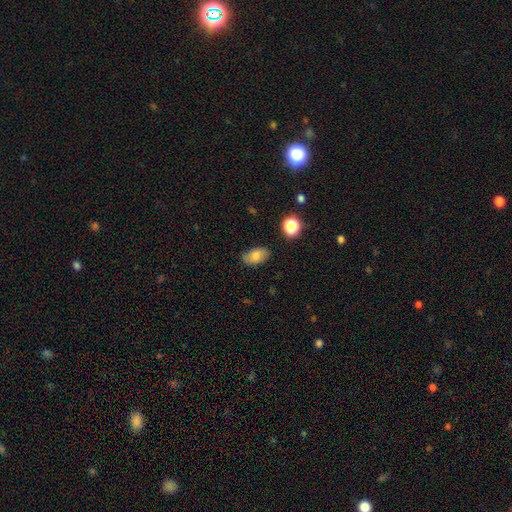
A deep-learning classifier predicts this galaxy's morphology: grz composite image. It shows a smooth galaxy with no disk features (80%) that is in between round and cigar-shaped (91%). Merging: none (82%).